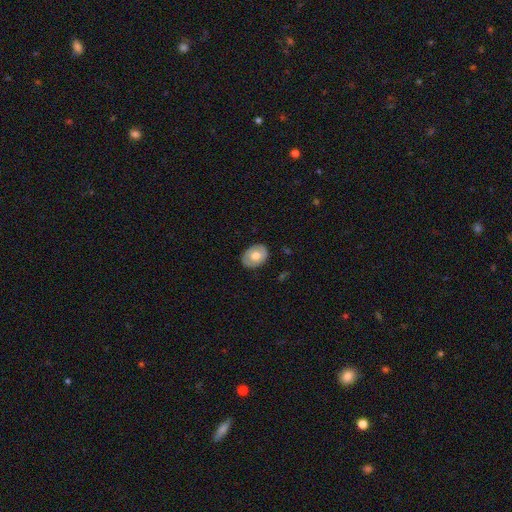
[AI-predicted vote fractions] smooth_or_featured: smooth (p=0.60) [alt: featured or disk p=0.34]
how_rounded: in between (p=0.73) [alt: round p=0.26]
merging: none (p=0.84) [alt: minor disturbance p=0.13]